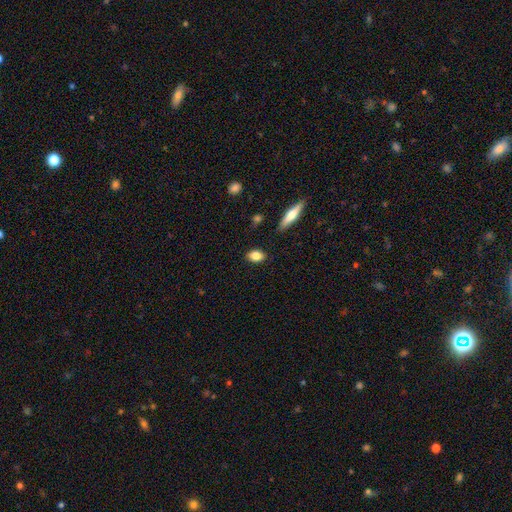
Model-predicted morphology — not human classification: Overall: smooth (83%). How rounded: in between (79%). Merging: none (87%).